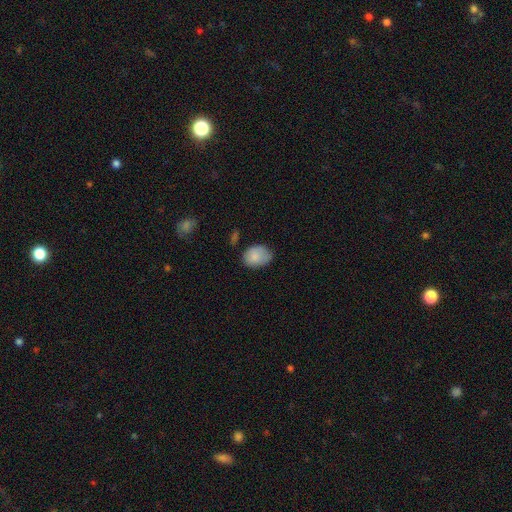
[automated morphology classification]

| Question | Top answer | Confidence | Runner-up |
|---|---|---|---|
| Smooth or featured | smooth | 86% | star or artifact (7%) |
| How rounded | in between | 74% | round (25%) |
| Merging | none | 64% | minor disturbance (27%) |